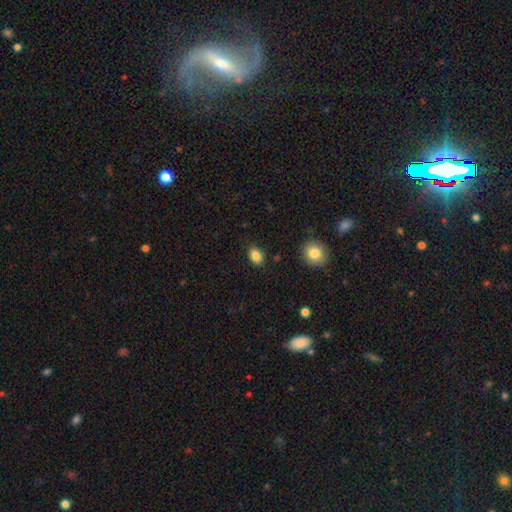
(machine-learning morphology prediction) A smooth galaxy with no disk features (86%) that is in between round and cigar-shaped (72%). Merging: none (86%).